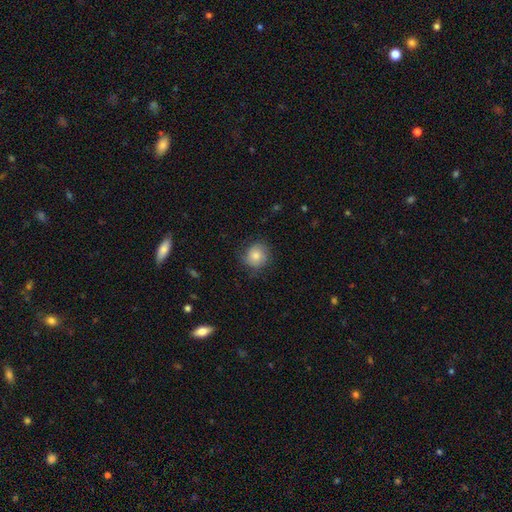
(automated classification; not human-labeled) This is likely a smooth galaxy (79%). How rounded: clearly round (85%). Merging: likely none (75%).